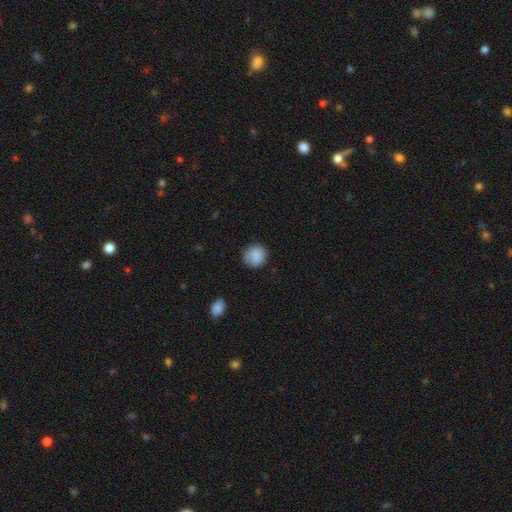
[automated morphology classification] Q: Smooth or featured?
A: smooth (88%); runner-up: star or artifact (8%)
Q: How rounded?
A: round (87%); runner-up: in between (12%)
Q: Merging?
A: none (84%); runner-up: minor disturbance (12%)